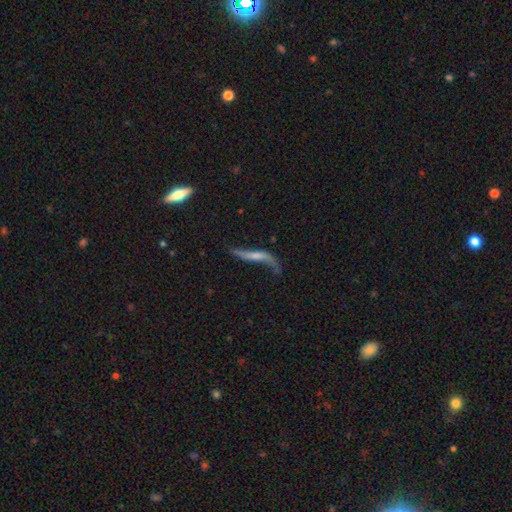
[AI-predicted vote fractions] The model was most divided on "merging": none: 39%, major disturbance: 28%, minor disturbance: 25%, merger: 8%. More confident: edge-on disk — no (59%); smooth or featured — featured or disk (57%).